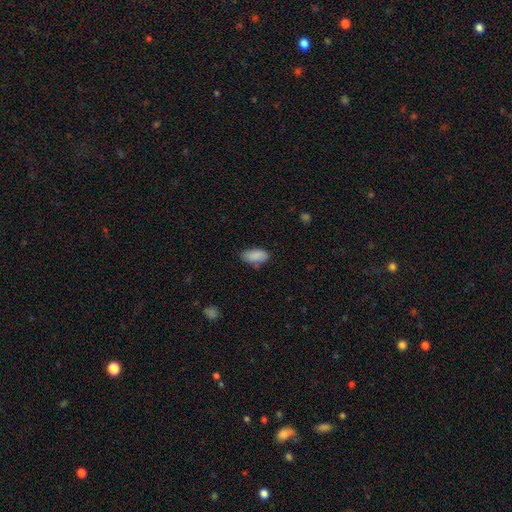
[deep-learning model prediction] This appears to be a smooth galaxy with no disk features (88%) that is in between round and cigar-shaped (91%). Merging: none (71%).